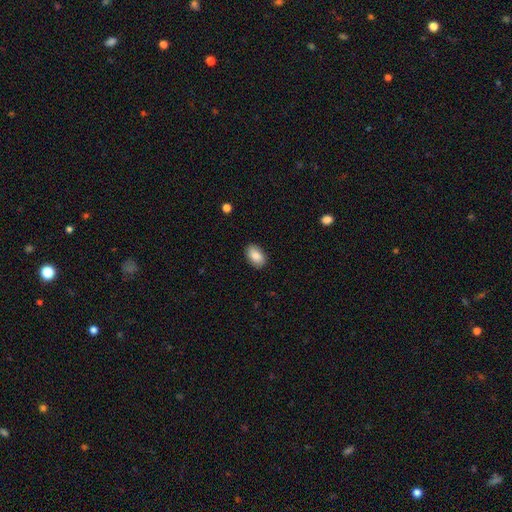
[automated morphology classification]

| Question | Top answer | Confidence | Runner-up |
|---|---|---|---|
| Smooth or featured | smooth | 85% | featured or disk (8%) |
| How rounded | in between | 92% | round (7%) |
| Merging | none | 87% | minor disturbance (10%) |